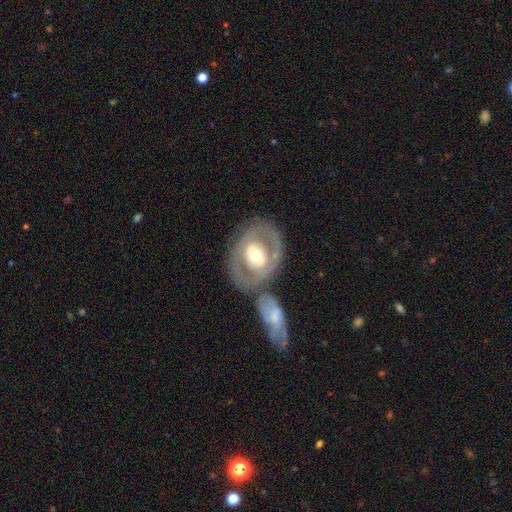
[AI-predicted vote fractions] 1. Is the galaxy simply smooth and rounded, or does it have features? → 63% featured or disk, 32% smooth, 5% star or artifact.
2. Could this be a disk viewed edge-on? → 94% no, 6% yes.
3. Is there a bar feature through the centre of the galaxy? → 64% no, 22% weak, 13% strong.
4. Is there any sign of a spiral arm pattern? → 72% no, 28% yes.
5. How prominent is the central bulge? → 70% moderate, 16% large, 12% small, 2% dominant, 1% none.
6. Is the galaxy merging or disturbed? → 62% none, 18% merger, 13% minor disturbance, 7% major disturbance.